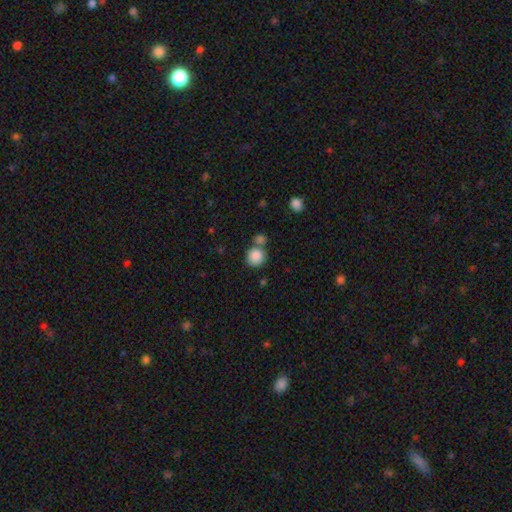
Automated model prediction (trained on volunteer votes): This is clearly a smooth galaxy (87%). How rounded: clearly round (88%). Merging: possibly none (57%).